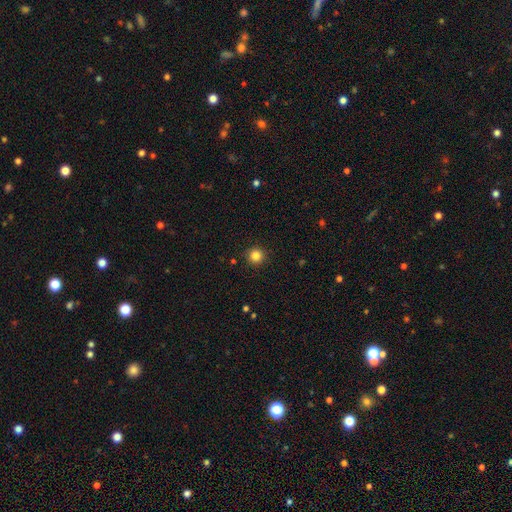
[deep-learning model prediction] This appears to be a smooth galaxy with no disk features (84%) that is round (95%). Merging: none (92%).